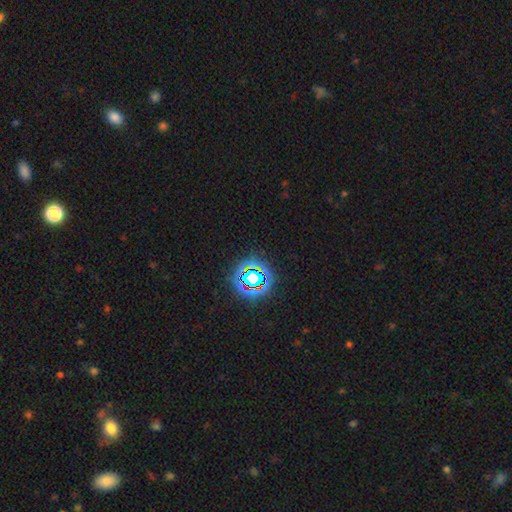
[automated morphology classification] Smooth or featured: star or artifact — 77% (smooth — 15%)